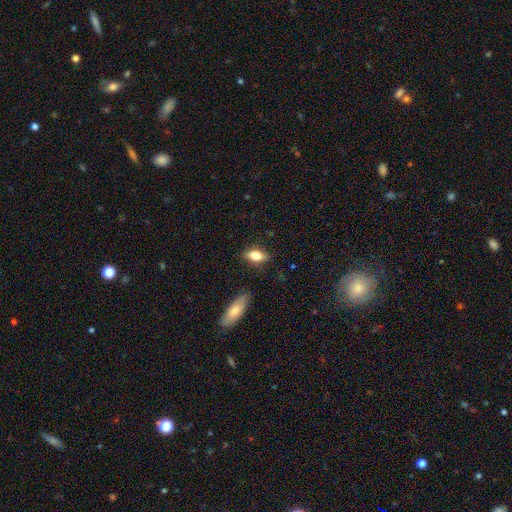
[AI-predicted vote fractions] The model was most divided on "smooth or featured": smooth: 69%, featured or disk: 23%, star or artifact: 8%. More confident: merging — none (84%); how rounded — in between (78%).